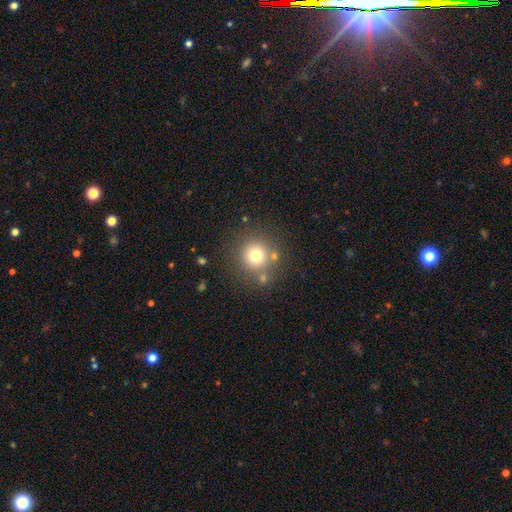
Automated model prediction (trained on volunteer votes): Q: Smooth or featured?
A: smooth (74%); runner-up: star or artifact (15%)
Q: How rounded?
A: round (94%); runner-up: in between (5%)
Q: Merging?
A: none (78%); runner-up: minor disturbance (9%)